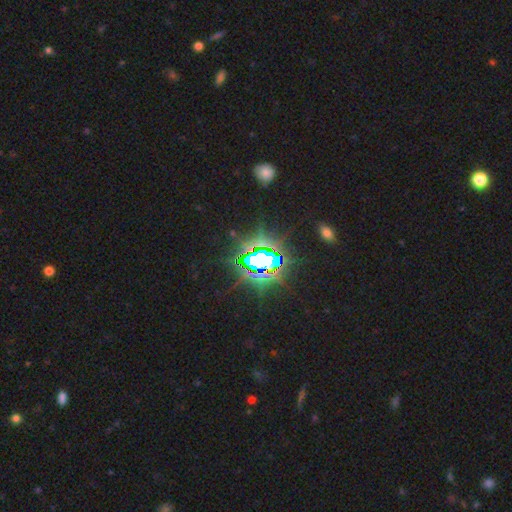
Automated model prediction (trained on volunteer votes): The model was most divided on "smooth or featured": star or artifact: 77%, featured or disk: 12%, smooth: 11%.